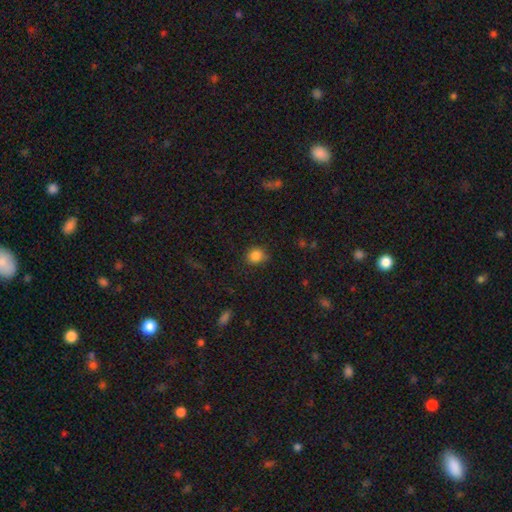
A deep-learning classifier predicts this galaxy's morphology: The model was most divided on "how rounded": round: 74%, in between: 25%, cigar-shaped: 1%. More confident: smooth or featured — smooth (84%); merging — none (77%).